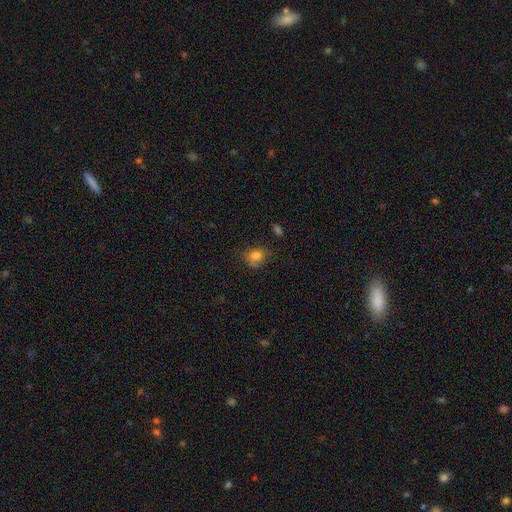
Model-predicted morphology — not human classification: Smooth or featured: smooth — 78% (star or artifact — 12%)
How rounded: round — 58% (in between — 40%)
Merging: none — 57% (minor disturbance — 27%)